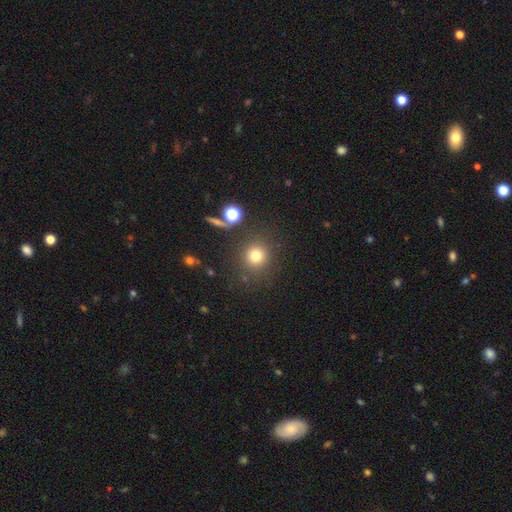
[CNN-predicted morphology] Q: Smooth or featured?
A: smooth (76%); runner-up: star or artifact (16%)
Q: How rounded?
A: round (91%); runner-up: in between (8%)
Q: Merging?
A: none (84%); runner-up: minor disturbance (8%)